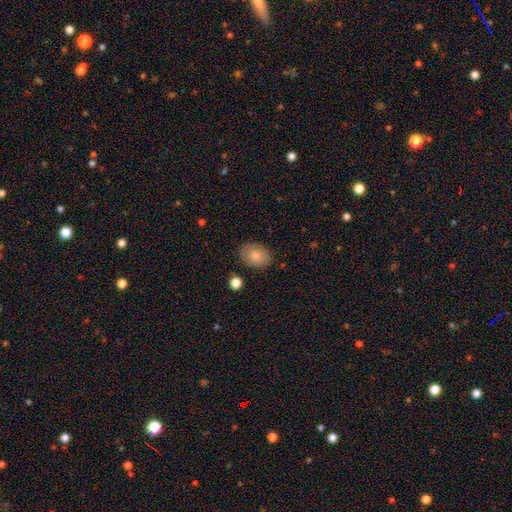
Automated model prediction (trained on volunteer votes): Smooth or featured? smooth (80%)
How rounded? in between (71%)
Merging? none (83%)